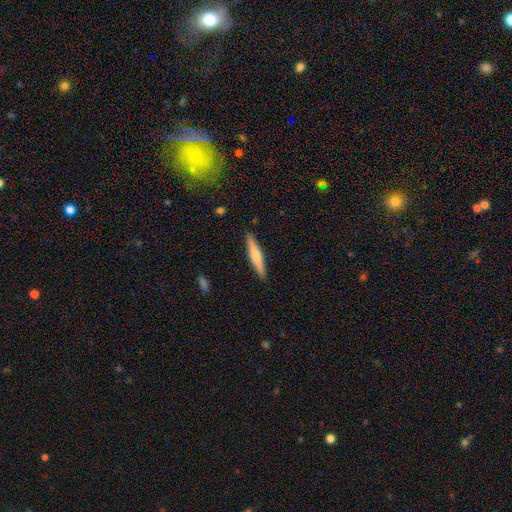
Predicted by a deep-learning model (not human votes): smooth 54%, featured or disk 41%, star or artifact 5%. Down the decision tree: how rounded — cigar-shaped (89%); merging — none (90%).